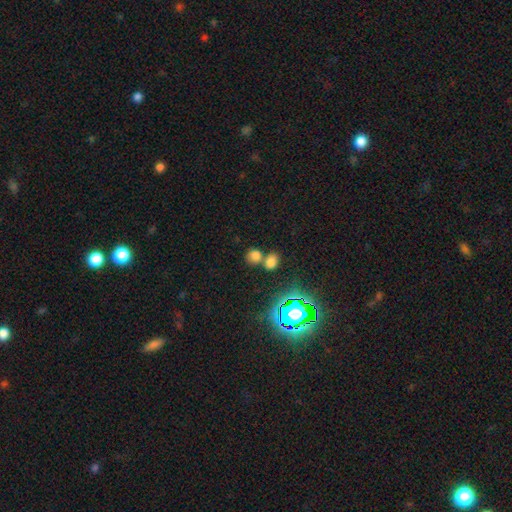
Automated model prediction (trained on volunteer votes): Overall: smooth (71%). How rounded: round (68%; in between 30%). Merging: none (47%; merger 43%).